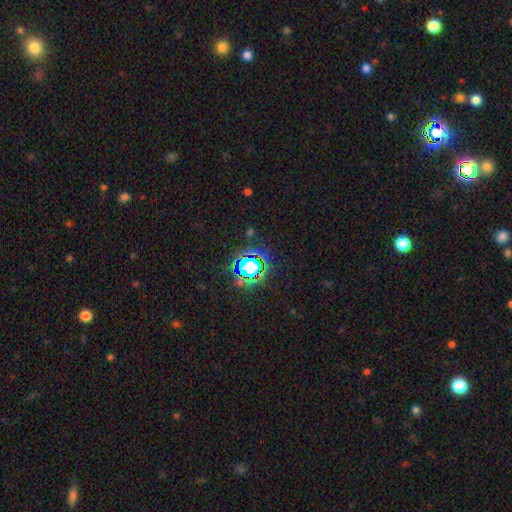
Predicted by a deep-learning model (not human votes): Smooth or featured: star or artifact — 69% (smooth — 21%)